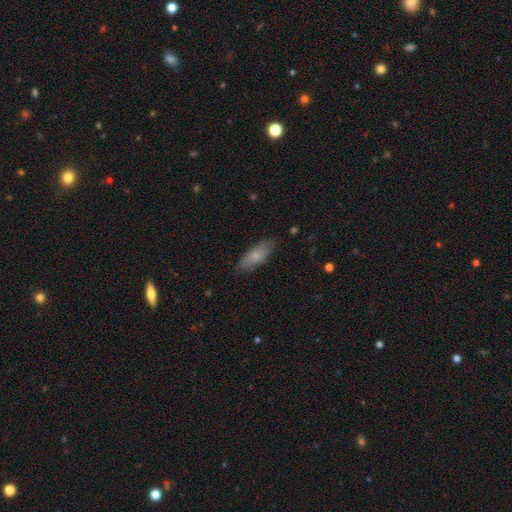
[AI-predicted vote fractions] Smooth or featured? Predicted: smooth (p=0.74). How rounded? Predicted: in between (p=0.65). Merging? Predicted: none (p=0.81).